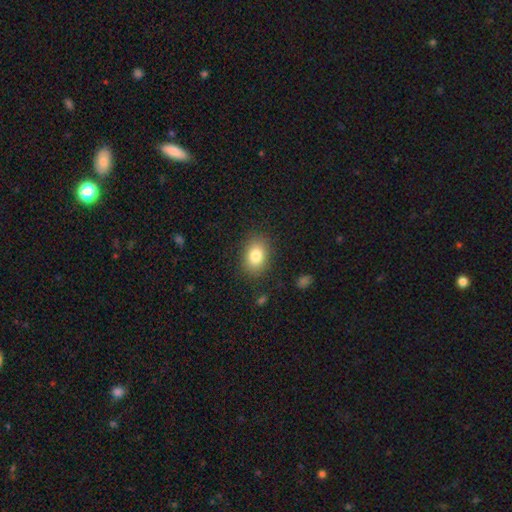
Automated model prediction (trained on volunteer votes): smooth-or-featured: smooth: 82% | featured or disk: 9% | star or artifact: 9%
  how-rounded: in between: 72% | round: 27% | cigar-shaped: 1%
  merging: none: 85% | minor disturbance: 10% | major disturbance: 3% | merger: 1%